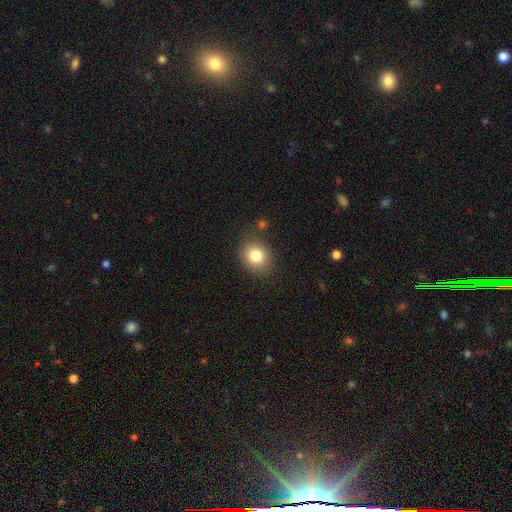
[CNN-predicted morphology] Smooth or featured?
  - smooth: 81% *
  - star or artifact: 11%
  - featured or disk: 8%
How rounded?
  - round: 69% *
  - in between: 30%
  - cigar-shaped: 1%
Merging?
  - none: 83% *
  - minor disturbance: 11%
  - major disturbance: 3%
  - merger: 3%